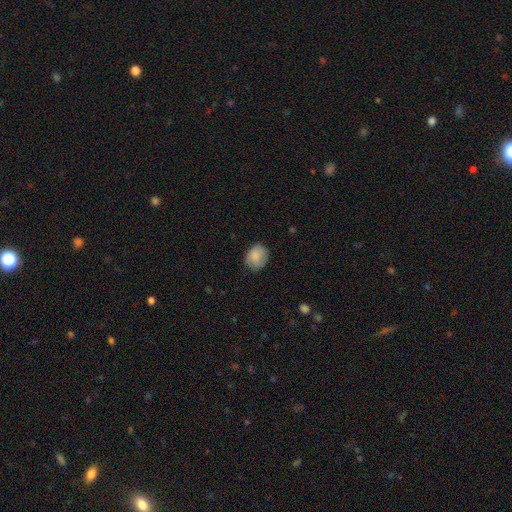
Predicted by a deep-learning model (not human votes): The model was most divided on "how rounded": round: 53%, in between: 47%, cigar-shaped: 1%. More confident: smooth or featured — smooth (84%); merging — none (74%).